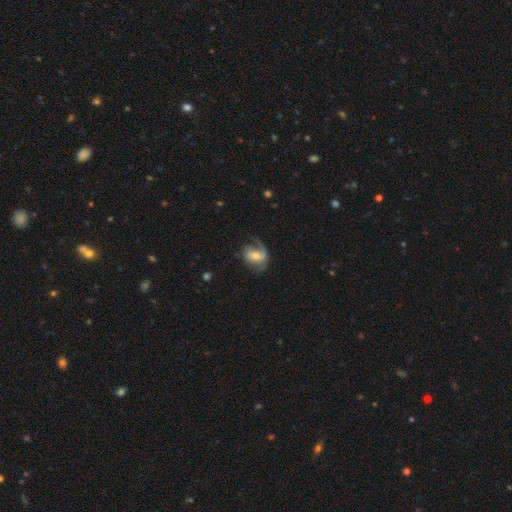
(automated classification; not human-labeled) Smooth or featured?
  - featured or disk: 67% *
  - smooth: 26%
  - star or artifact: 7%
Edge-on disk?
  - no: 97% *
  - yes: 3%
Bar?
  - no: 45% *
  - weak: 39%
  - strong: 16%
Spiral arms?
  - yes: 87% *
  - no: 13%
Spiral winding?
  - medium: 41% *
  - loose: 35%
  - tight: 23%
Spiral arm count?
  - 1: 45% *
  - 2: 39%
  - can't tell: 11%
  - 3: 3%
  - 4: 1%
  - more than 4: 1%
Bulge size?
  - moderate: 55% *
  - small: 35%
  - large: 6%
  - none: 3%
  - dominant: 1%
Merging?
  - none: 50% *
  - major disturbance: 25%
  - minor disturbance: 23%
  - merger: 2%